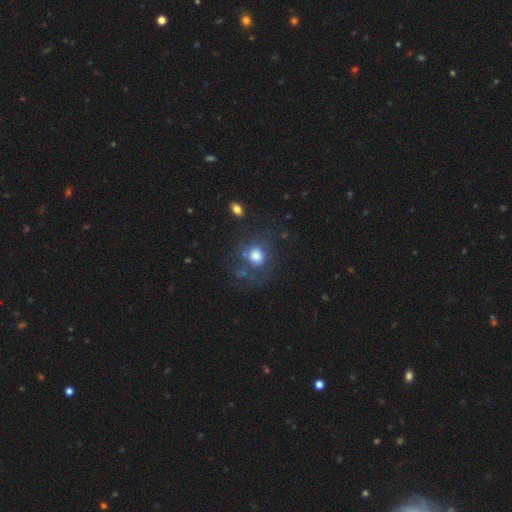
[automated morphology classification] A smooth galaxy with no disk features (72%) that is round (79%). Merging: none (57%).